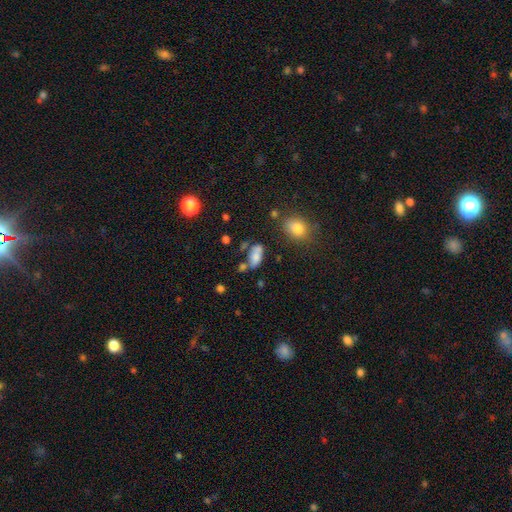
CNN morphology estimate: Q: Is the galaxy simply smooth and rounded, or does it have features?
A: smooth — 74%.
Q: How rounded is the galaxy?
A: in between — 88%.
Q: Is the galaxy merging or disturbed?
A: none — 52%.